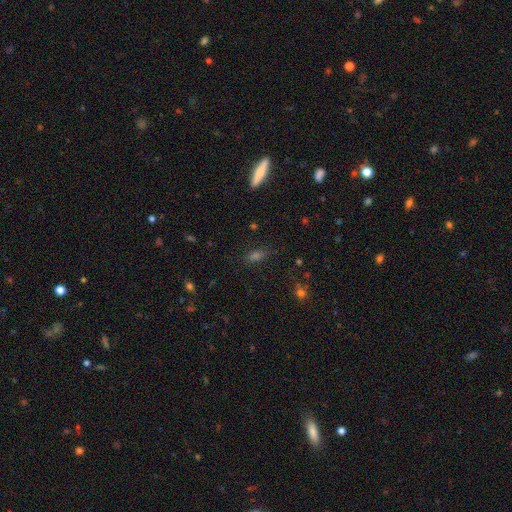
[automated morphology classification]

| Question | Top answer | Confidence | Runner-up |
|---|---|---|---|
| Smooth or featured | smooth | 58% | star or artifact (26%) |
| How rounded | in between | 56% | cigar-shaped (32%) |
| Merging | none | 78% | minor disturbance (15%) |